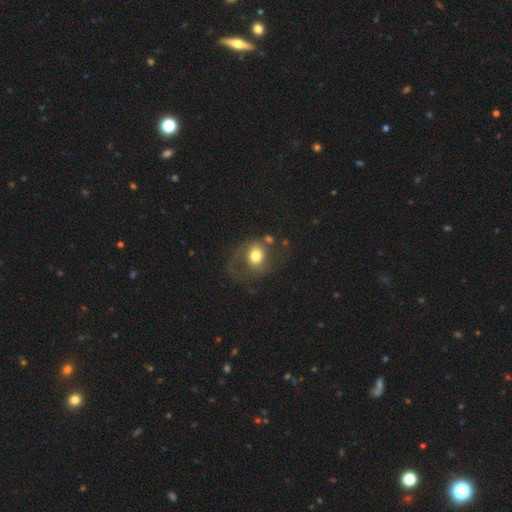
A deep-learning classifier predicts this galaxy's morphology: Smooth or featured?
  - smooth: 64% *
  - featured or disk: 27%
  - star or artifact: 9%
How rounded?
  - round: 61% *
  - in between: 38%
  - cigar-shaped: 1%
Merging?
  - none: 41% *
  - major disturbance: 29%
  - minor disturbance: 21%
  - merger: 8%